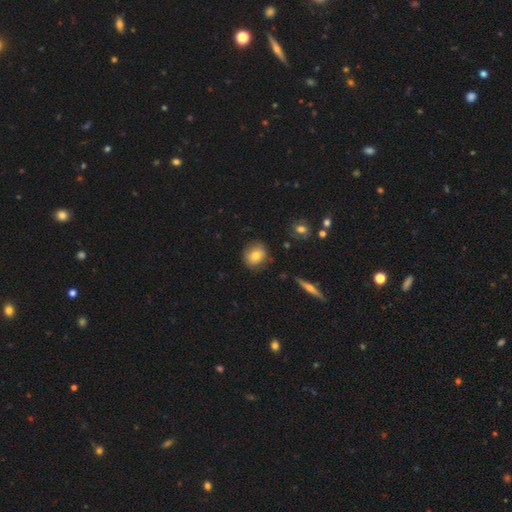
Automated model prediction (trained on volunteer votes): Smooth or featured: smooth — 75% (featured or disk — 15%)
How rounded: round — 71% (in between — 27%)
Merging: none — 81% (minor disturbance — 14%)